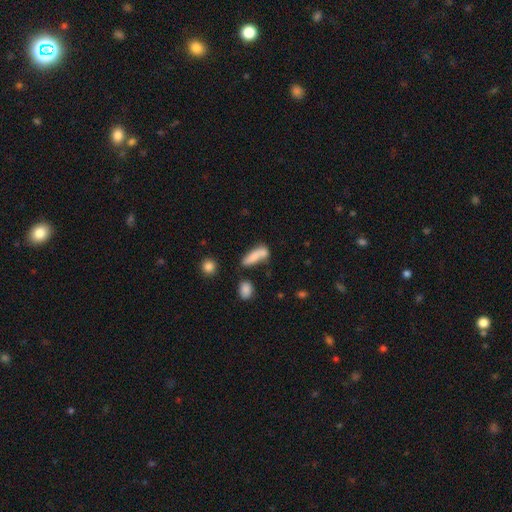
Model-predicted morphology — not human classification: Smooth or featured? Predicted: smooth (p=0.74). How rounded? Predicted: in between (p=0.52). Merging? Predicted: none (p=0.41).